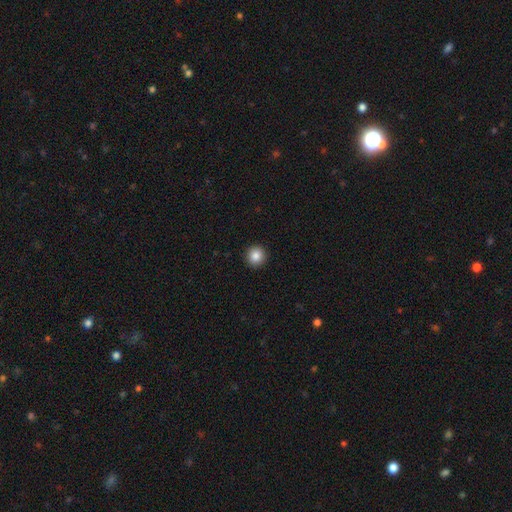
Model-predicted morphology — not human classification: Smooth or featured? smooth (85%)
How rounded? round (95%)
Merging? none (93%)